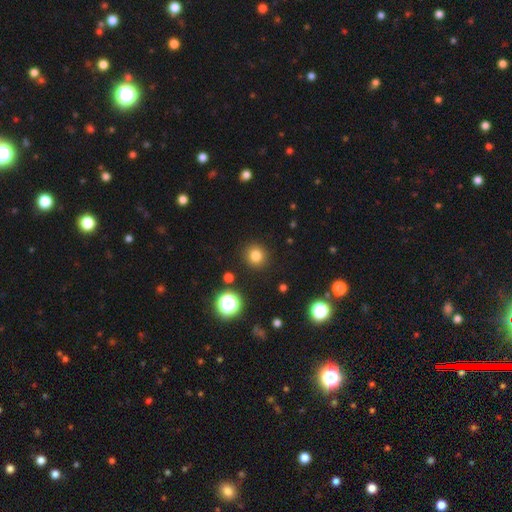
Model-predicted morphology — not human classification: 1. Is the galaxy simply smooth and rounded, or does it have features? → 80% smooth, 15% star or artifact, 5% featured or disk.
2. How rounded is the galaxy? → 92% round, 7% in between, 1% cigar-shaped.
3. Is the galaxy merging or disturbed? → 90% none, 6% minor disturbance, 2% major disturbance, 2% merger.